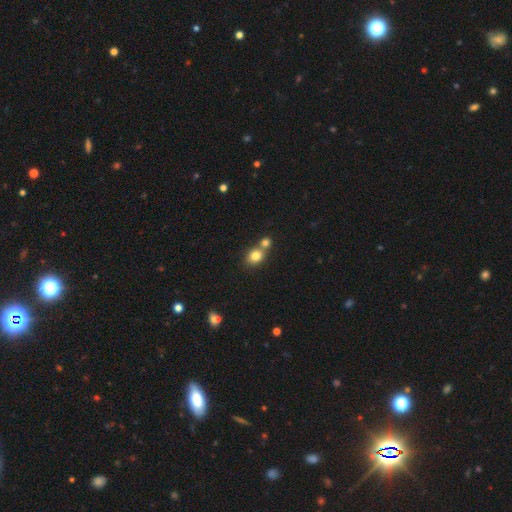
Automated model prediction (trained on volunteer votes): The model was most divided on "merging": merger: 45%, none: 44%, minor disturbance: 8%, major disturbance: 3%. More confident: smooth or featured — smooth (81%); how rounded — round (59%).